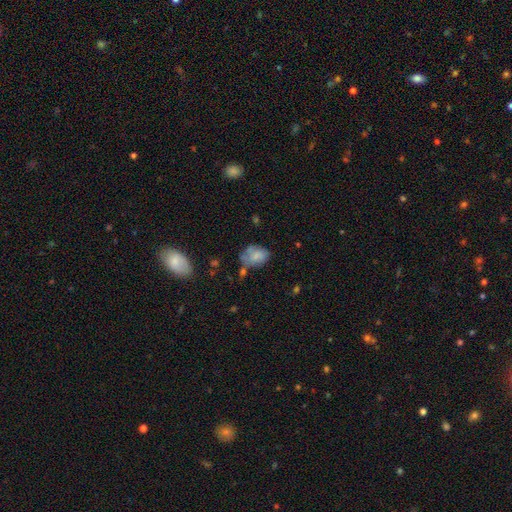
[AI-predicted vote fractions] This is likely a smooth galaxy (68%). How rounded: likely in between (76%). Merging: marginally none (44%).